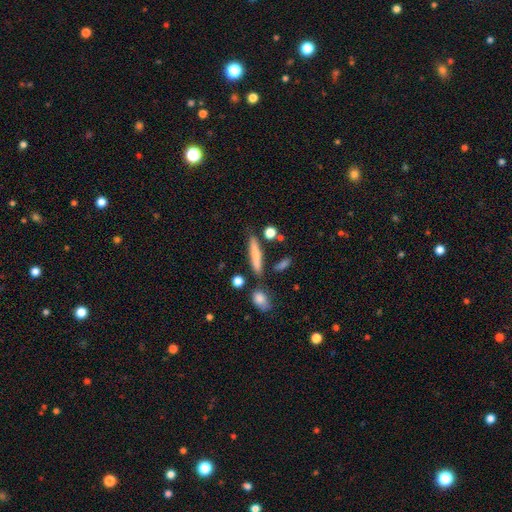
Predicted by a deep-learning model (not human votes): A smooth galaxy with no disk features (72%) that is cigar-shaped (86%).

Vote fractions:
- Smooth or featured? smooth: 72% / featured or disk: 21% / star or artifact: 7%
- How rounded? cigar-shaped: 86% / in between: 11% / round: 3%
- Merging? none: 76% / minor disturbance: 12% / merger: 8% / major disturbance: 4%